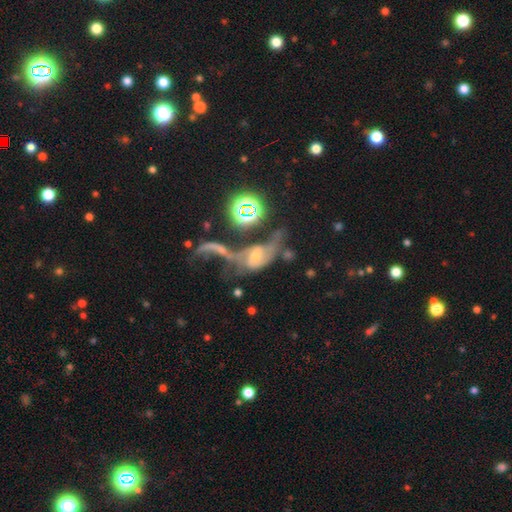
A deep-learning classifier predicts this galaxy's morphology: This is possibly a featured or disk galaxy (57%). It is clearly not viewed edge-on (92%). Bar: likely no (63%). Spiral arm pattern: likely yes (62%). Central bulge: marginally small (44%). Merging: marginally merger (43%).